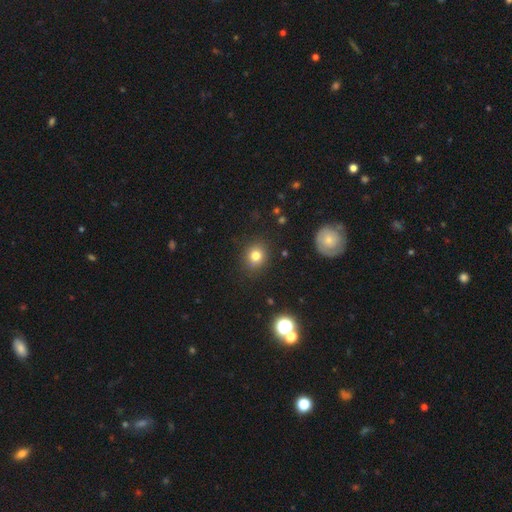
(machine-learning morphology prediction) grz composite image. It shows a smooth galaxy with no disk features (80%) that is round (74%). Merging: none (87%).